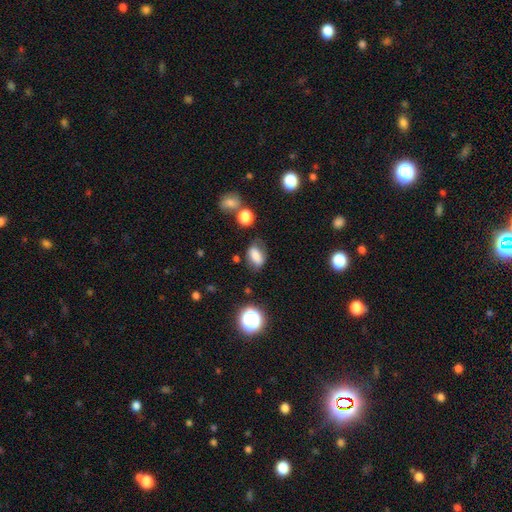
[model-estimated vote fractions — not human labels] smooth 74%, featured or disk 15%, star or artifact 12%. Down the decision tree: how rounded — in between (84%); merging — none (64%).